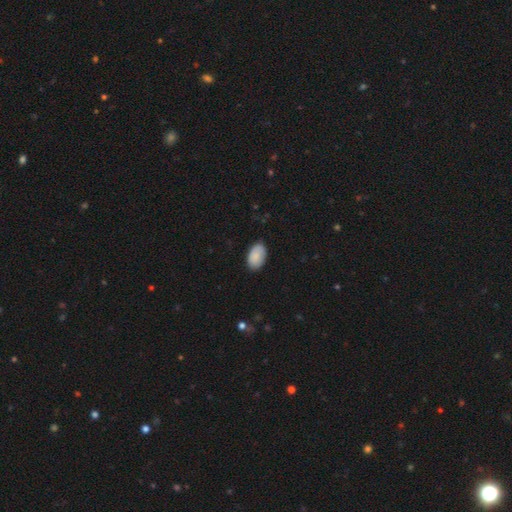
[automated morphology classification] smooth 88%, star or artifact 6%, featured or disk 6%. Down the decision tree: how rounded — in between (94%); merging — none (85%).